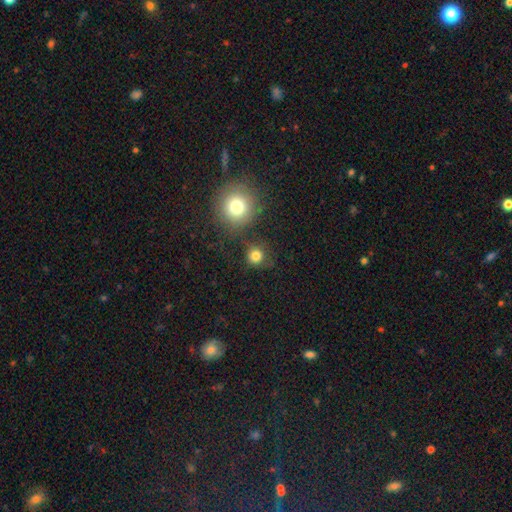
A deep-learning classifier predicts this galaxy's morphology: smooth-or-featured: smooth: 79% | star or artifact: 14% | featured or disk: 6%
  how-rounded: round: 91% | in between: 8% | cigar-shaped: 1%
  merging: none: 75% | minor disturbance: 12% | merger: 8% | major disturbance: 5%